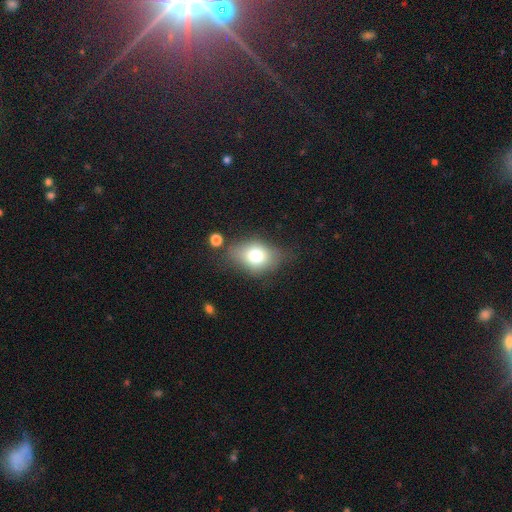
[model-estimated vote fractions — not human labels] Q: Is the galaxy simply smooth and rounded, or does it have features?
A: smooth — 72%.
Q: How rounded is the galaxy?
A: in between — 63%.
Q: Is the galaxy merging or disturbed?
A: none — 60%.